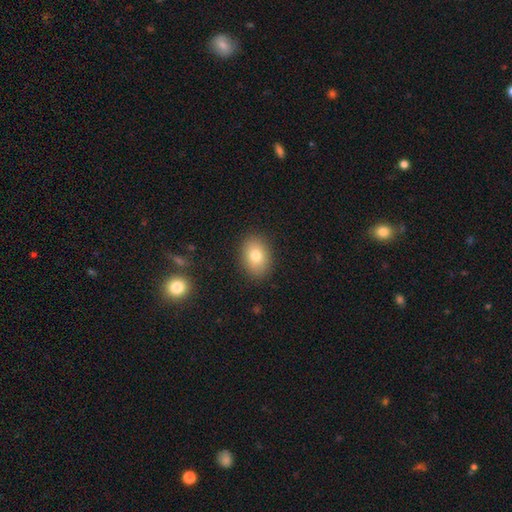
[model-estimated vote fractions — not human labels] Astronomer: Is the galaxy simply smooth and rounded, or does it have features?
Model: smooth — 77%.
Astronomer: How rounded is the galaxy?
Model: in between — 70%.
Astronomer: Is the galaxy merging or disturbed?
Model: none — 88%.